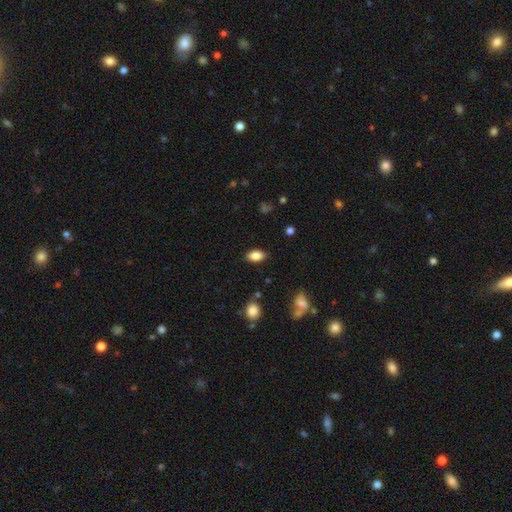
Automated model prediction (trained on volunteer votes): Smooth or featured?
  - smooth: 85% *
  - star or artifact: 8%
  - featured or disk: 7%
How rounded?
  - in between: 91% *
  - round: 6%
  - cigar-shaped: 3%
Merging?
  - none: 87% *
  - minor disturbance: 10%
  - major disturbance: 2%
  - merger: 1%